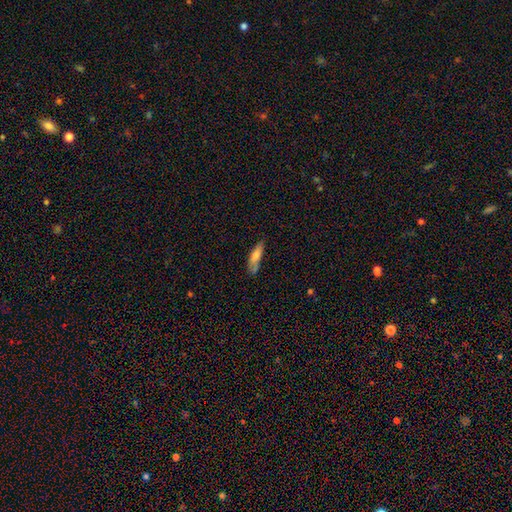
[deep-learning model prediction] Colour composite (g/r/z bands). It shows a smooth galaxy with no disk features (75%) that is cigar-shaped (59%). Merging: none (61%).